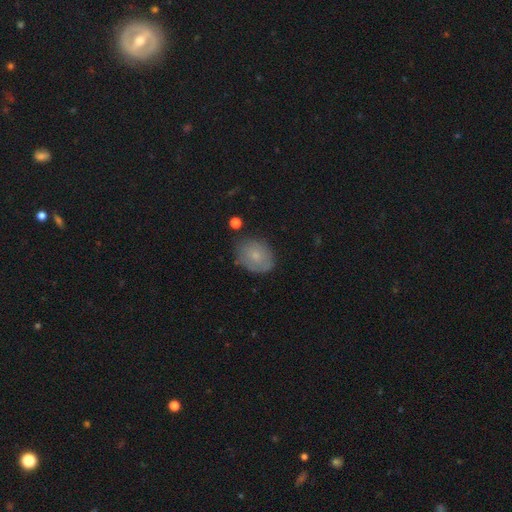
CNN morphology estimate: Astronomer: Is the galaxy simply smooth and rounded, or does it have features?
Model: smooth — 67%.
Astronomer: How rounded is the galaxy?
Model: in between — 63%.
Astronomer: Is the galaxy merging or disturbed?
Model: none — 69%.